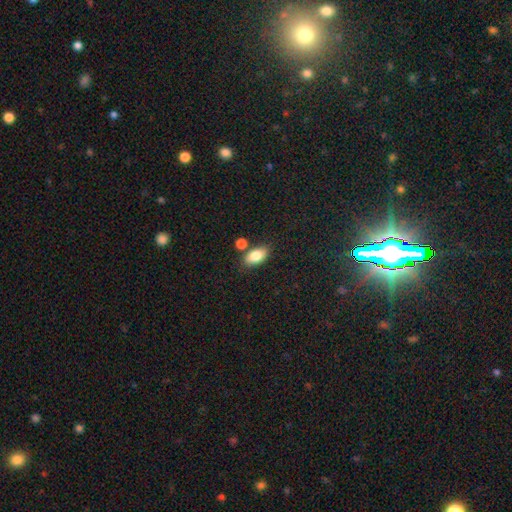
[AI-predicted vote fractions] smooth-or-featured: smooth: 83% | featured or disk: 9% | star or artifact: 7%
  how-rounded: in between: 91% | round: 5% | cigar-shaped: 4%
  merging: none: 75% | minor disturbance: 12% | merger: 11% | major disturbance: 3%